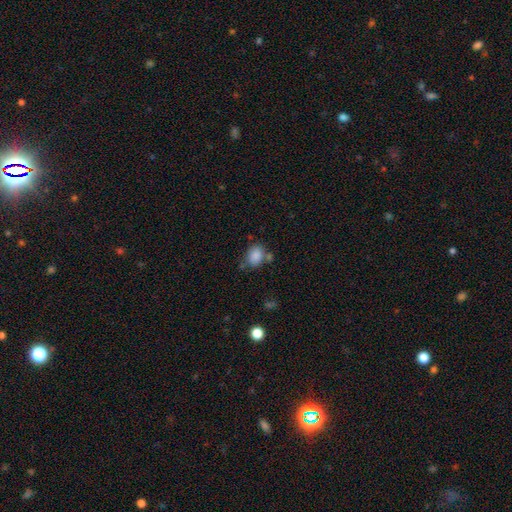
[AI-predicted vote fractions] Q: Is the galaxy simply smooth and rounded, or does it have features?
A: smooth — 85%.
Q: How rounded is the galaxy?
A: in between — 65%.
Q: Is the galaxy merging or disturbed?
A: none — 60%.